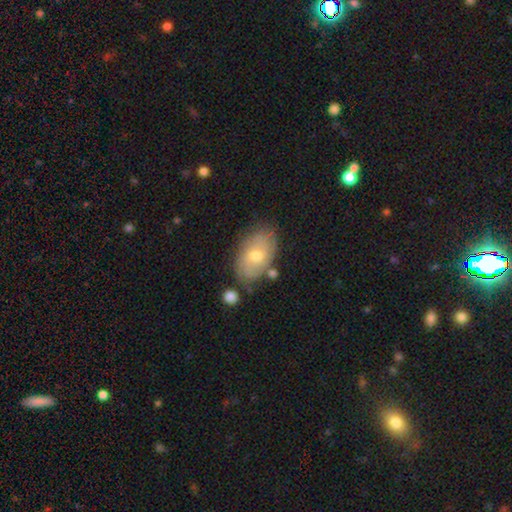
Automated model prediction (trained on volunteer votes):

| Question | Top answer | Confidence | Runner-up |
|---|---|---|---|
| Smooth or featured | smooth | 53% | featured or disk (40%) |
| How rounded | in between | 90% | round (8%) |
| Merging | none | 71% | minor disturbance (18%) |